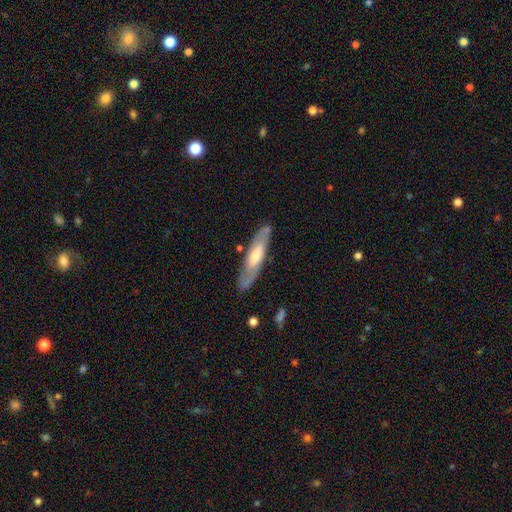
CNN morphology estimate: smooth_or_featured: featured or disk (p=0.59) [alt: smooth p=0.36]
disk_edge_on: no (p=0.58) [alt: yes p=0.42]
merging: none (p=0.81) [alt: minor disturbance p=0.13]